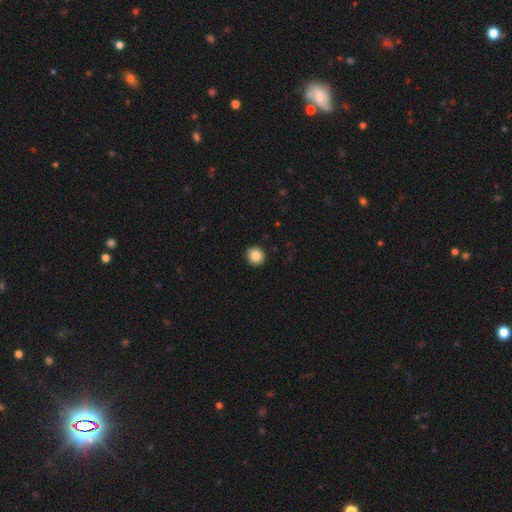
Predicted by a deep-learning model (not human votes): Overall: smooth (85%). How rounded: round (90%). Merging: none (92%).